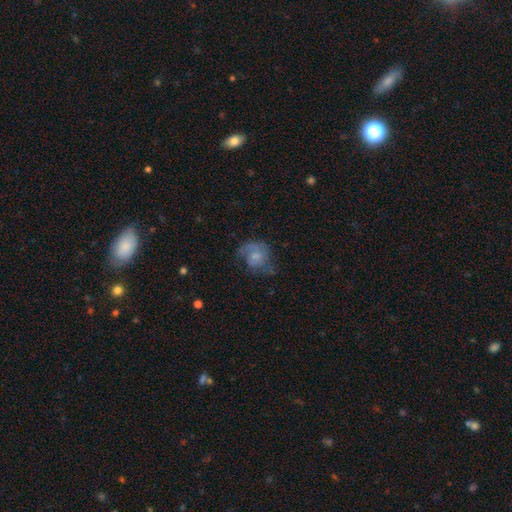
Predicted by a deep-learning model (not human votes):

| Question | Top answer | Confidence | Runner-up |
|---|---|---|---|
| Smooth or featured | featured or disk | 57% | smooth (34%) |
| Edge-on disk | no | 98% | yes (2%) |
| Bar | no | 69% | weak (28%) |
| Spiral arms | yes | 84% | no (16%) |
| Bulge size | small | 43% | moderate (30%) |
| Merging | none | 48% | minor disturbance (26%) |